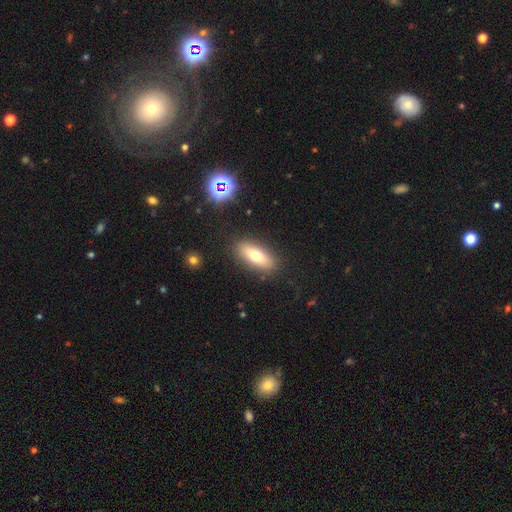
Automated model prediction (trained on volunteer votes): A smooth galaxy with no disk features (68%) that is in between round and cigar-shaped (73%).

Vote fractions:
- Smooth or featured? smooth: 68% / featured or disk: 23% / star or artifact: 9%
- How rounded? in between: 73% / cigar-shaped: 23% / round: 3%
- Merging? none: 87% / minor disturbance: 9% / major disturbance: 3% / merger: 2%